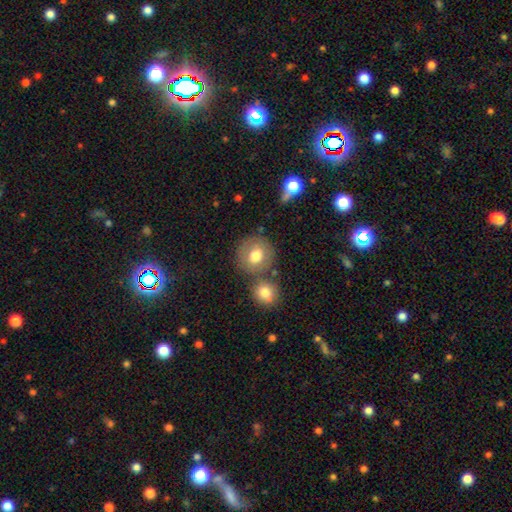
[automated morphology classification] Smooth or featured: smooth — 73% (featured or disk — 18%)
How rounded: round — 88% (in between — 11%)
Merging: none — 68% (merger — 17%)